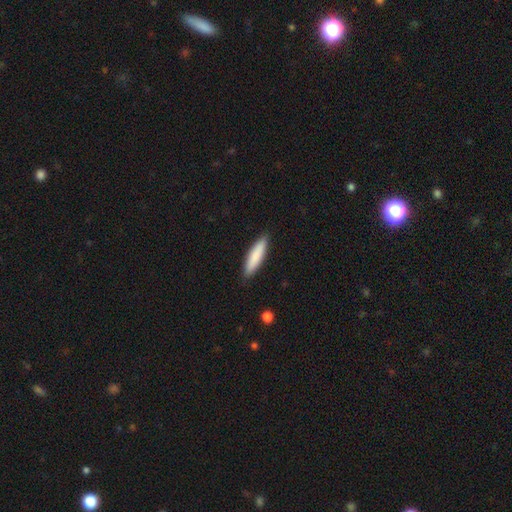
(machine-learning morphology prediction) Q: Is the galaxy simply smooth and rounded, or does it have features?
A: smooth — 84%.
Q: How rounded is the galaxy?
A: cigar-shaped — 74%.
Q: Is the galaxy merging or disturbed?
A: none — 88%.